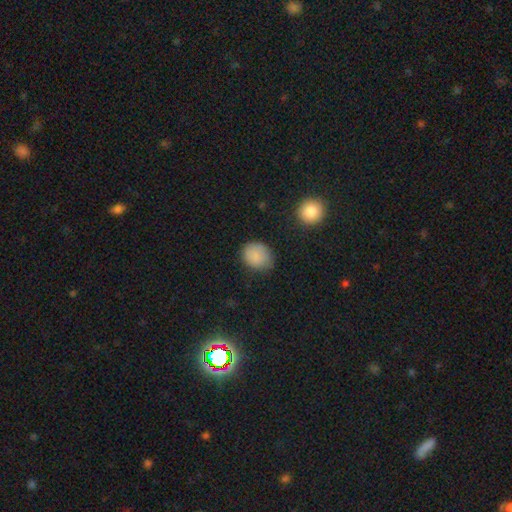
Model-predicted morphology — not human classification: smooth-or-featured: smooth: 85% | star or artifact: 9% | featured or disk: 6%
  how-rounded: round: 63% | in between: 36% | cigar-shaped: 1%
  merging: none: 68% | minor disturbance: 25% | major disturbance: 5% | merger: 2%